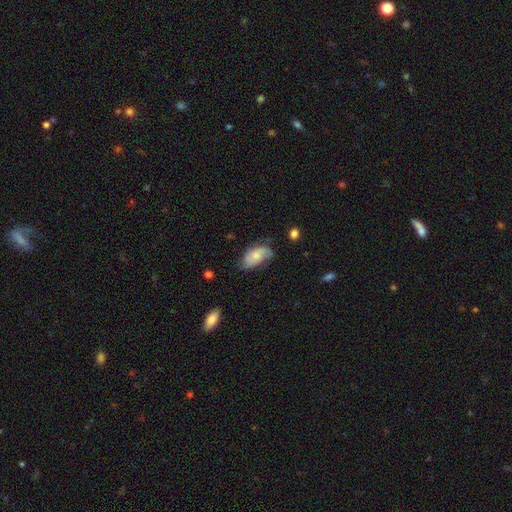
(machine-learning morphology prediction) Smooth or featured? Predicted: smooth (p=0.51). How rounded? Predicted: in between (p=0.91). Merging? Predicted: none (p=0.50).